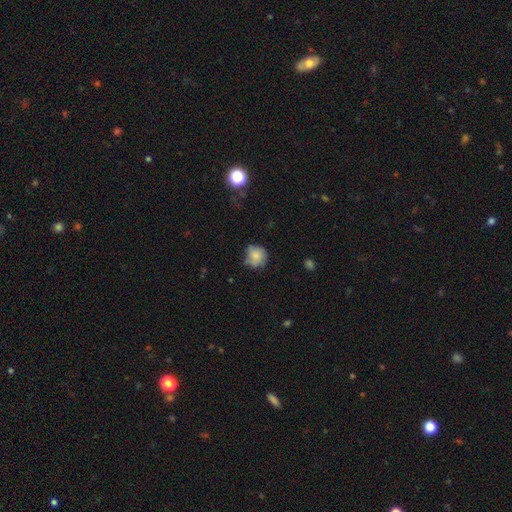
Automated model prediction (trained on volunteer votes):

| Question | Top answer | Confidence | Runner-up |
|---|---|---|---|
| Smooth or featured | smooth | 73% | featured or disk (18%) |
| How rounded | round | 82% | in between (17%) |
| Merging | none | 56% | minor disturbance (32%) |